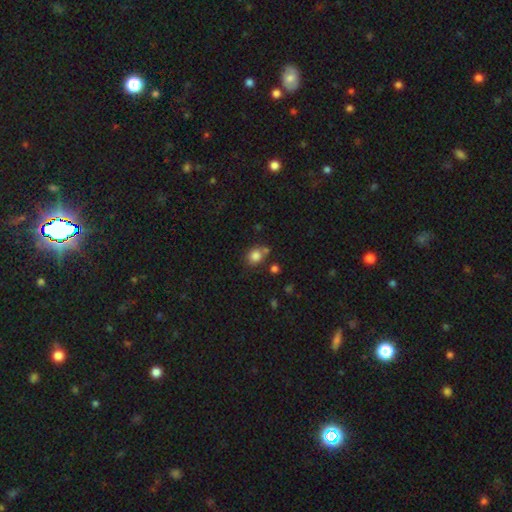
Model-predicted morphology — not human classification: A smooth galaxy with no disk features (82%) that is round (73%).

Vote fractions:
- Smooth or featured? smooth: 82% / star or artifact: 12% / featured or disk: 6%
- How rounded? round: 73% / in between: 26% / cigar-shaped: 1%
- Merging? none: 64% / merger: 17% / minor disturbance: 14% / major disturbance: 4%